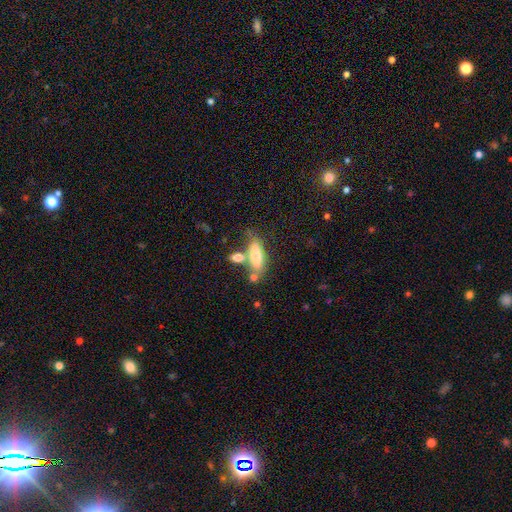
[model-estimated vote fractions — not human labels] Overall: smooth (70%). How rounded: in between (57%; cigar-shaped 41%). Merging: none (52%; merger 26%).